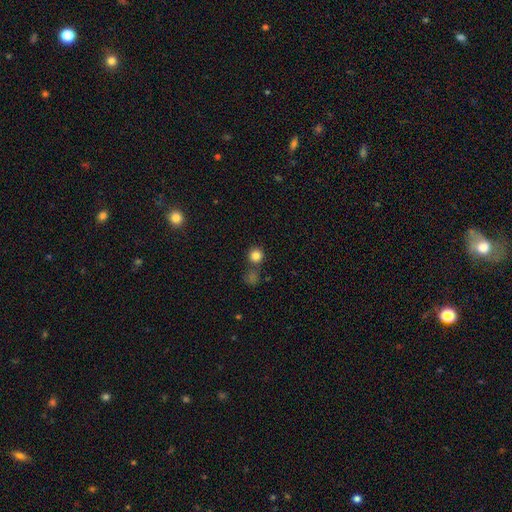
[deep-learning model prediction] Q: Smooth or featured?
A: smooth (82%); runner-up: star or artifact (13%)
Q: How rounded?
A: round (93%); runner-up: in between (6%)
Q: Merging?
A: none (73%); runner-up: merger (16%)